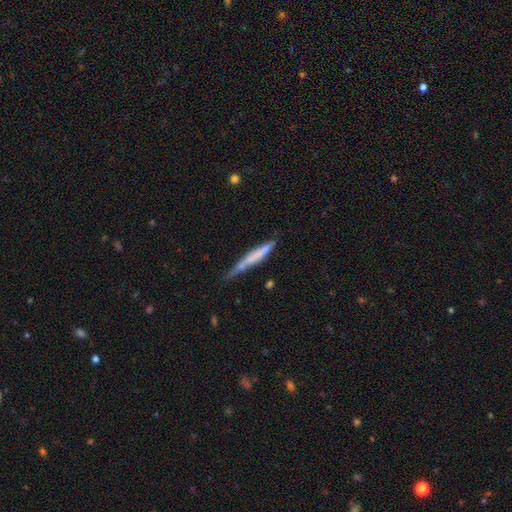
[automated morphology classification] This is possibly a smooth galaxy (54%). How rounded: clearly cigar-shaped (95%). Merging: possibly none (54%).